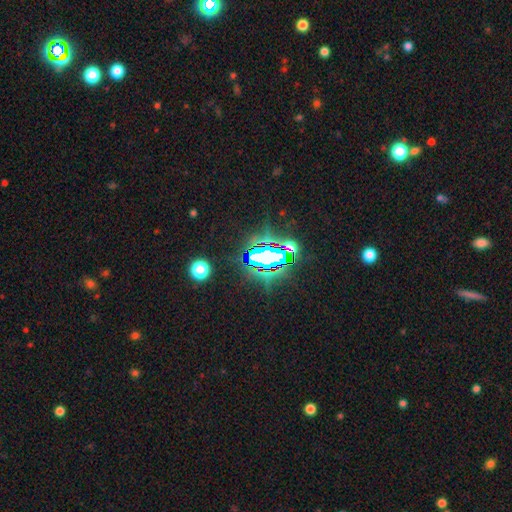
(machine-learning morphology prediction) Q: Smooth or featured?
A: star or artifact (82%); runner-up: smooth (11%)